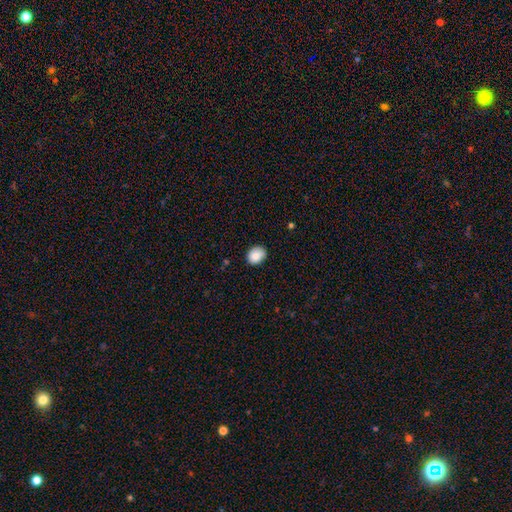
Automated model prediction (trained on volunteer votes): This is clearly a smooth galaxy (88%). How rounded: possibly round (57%). Merging: clearly none (85%).